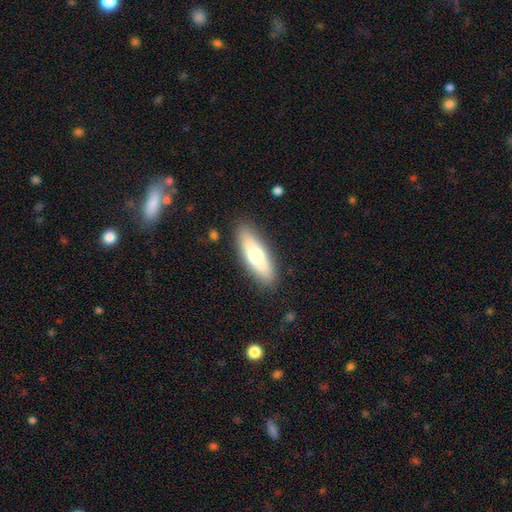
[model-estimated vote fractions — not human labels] smooth_or_featured: smooth (p=0.61) [alt: featured or disk p=0.32]
how_rounded: in between (p=0.53) [alt: cigar-shaped p=0.44]
merging: none (p=0.87) [alt: minor disturbance p=0.09]